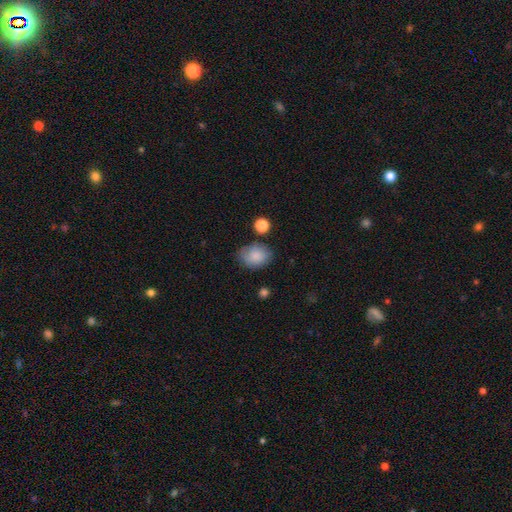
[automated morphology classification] This appears to be a smooth galaxy with no disk features (84%) that is in between round and cigar-shaped (71%). Merging: none (71%).